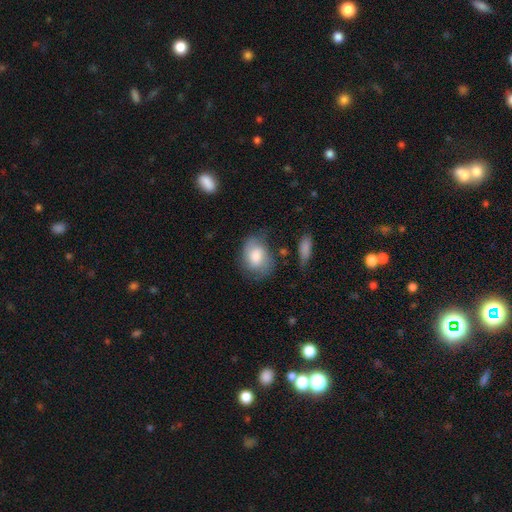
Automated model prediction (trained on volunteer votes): Overall: smooth (61%; featured or disk 32%). How rounded: in between (70%). Merging: none (56%; minor disturbance 28%).